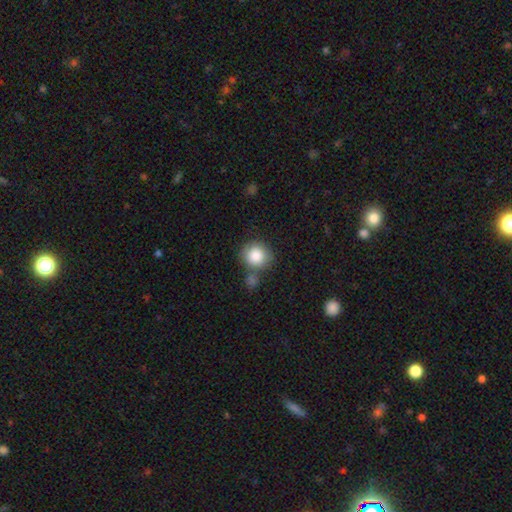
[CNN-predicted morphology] A smooth galaxy with no disk features (86%) that is round (87%).

Vote fractions:
- Smooth or featured? smooth: 86% / star or artifact: 8% / featured or disk: 6%
- How rounded? round: 87% / in between: 12% / cigar-shaped: 1%
- Merging? none: 64% / merger: 19% / minor disturbance: 13% / major disturbance: 4%